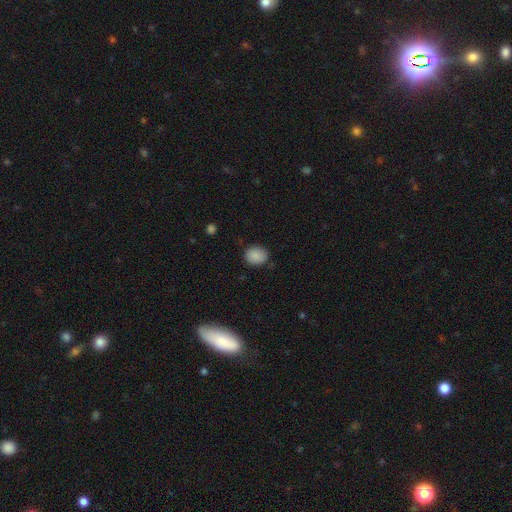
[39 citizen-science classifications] Q: Smooth or featured?
A: smooth (92%); runner-up: featured or disk (5%)
Q: How rounded?
A: round (53%); runner-up: in between (47%)
Q: Merging?
A: none (82%); runner-up: minor disturbance (13%)